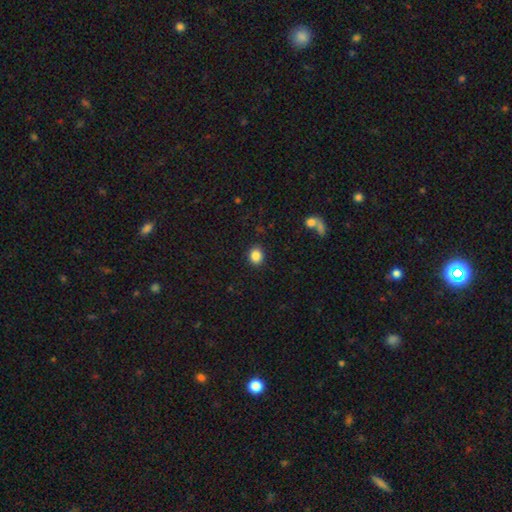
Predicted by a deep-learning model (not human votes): Smooth or featured? smooth (86%)
How rounded? round (71%)
Merging? none (90%)